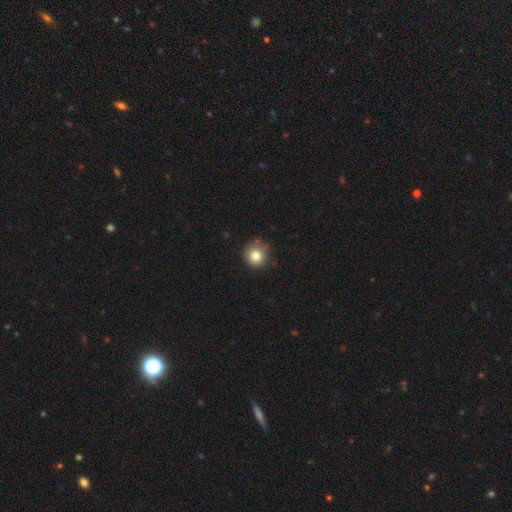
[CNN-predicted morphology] A smooth galaxy with no disk features (81%) that is round (91%).

Vote fractions:
- Smooth or featured? smooth: 81% / star or artifact: 11% / featured or disk: 9%
- How rounded? round: 91% / in between: 8% / cigar-shaped: 1%
- Merging? none: 77% / minor disturbance: 17% / major disturbance: 3% / merger: 3%